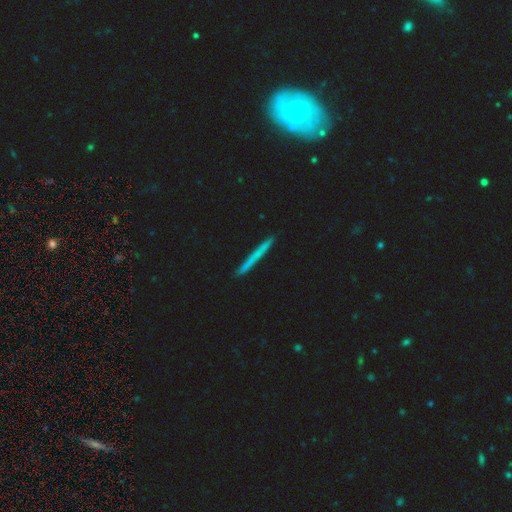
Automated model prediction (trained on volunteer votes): A smooth galaxy with no disk features (56%) that is cigar-shaped (97%).

Vote fractions:
- Smooth or featured? smooth: 56% / featured or disk: 36% / star or artifact: 8%
- How rounded? cigar-shaped: 97% / in between: 2% / round: 2%
- Merging? none: 90% / minor disturbance: 7% / major disturbance: 1% / merger: 1%